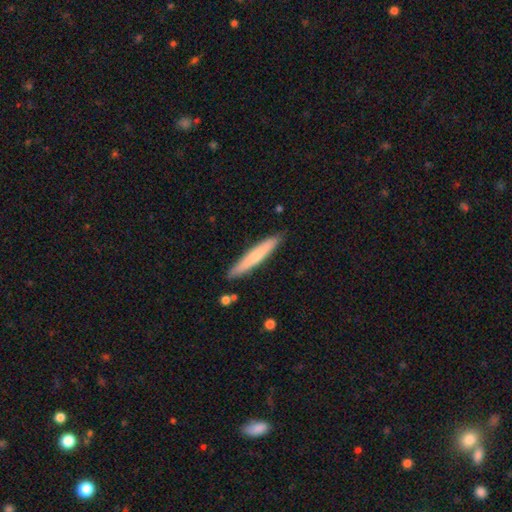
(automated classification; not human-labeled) This appears to be a smooth galaxy with no disk features (63%) that is cigar-shaped (93%). Merging: none (88%).